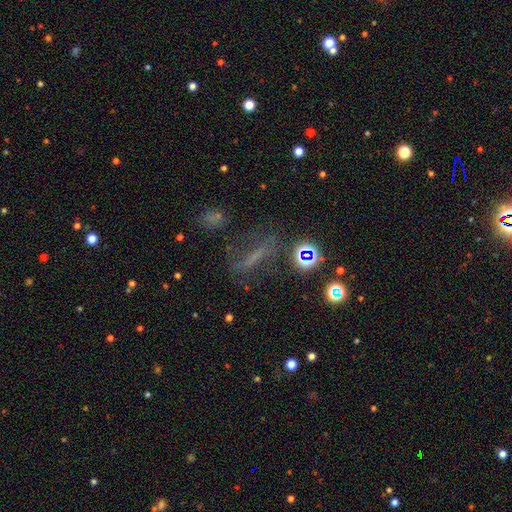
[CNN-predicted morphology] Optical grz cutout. It shows a star or artifact, not a galaxy (39%).